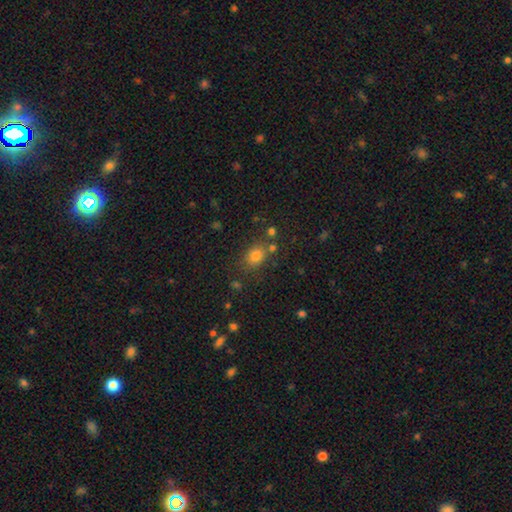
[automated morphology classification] Smooth or featured: smooth — 77% (star or artifact — 16%)
How rounded: in between — 53% (round — 46%)
Merging: none — 72% (minor disturbance — 14%)